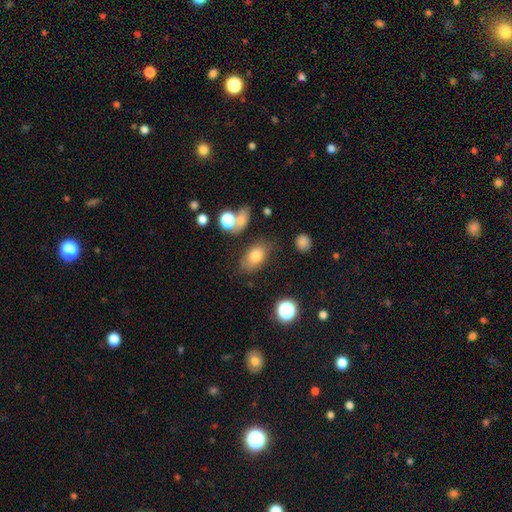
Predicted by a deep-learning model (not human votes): A smooth galaxy with no disk features (74%) that is in between round and cigar-shaped (86%). Merging: none (69%).